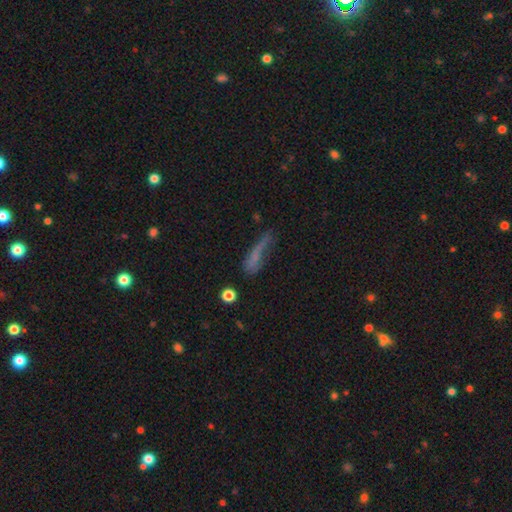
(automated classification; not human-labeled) Smooth or featured: smooth — 56% (featured or disk — 29%)
How rounded: cigar-shaped — 72% (in between — 25%)
Merging: none — 38% (major disturbance — 29%)